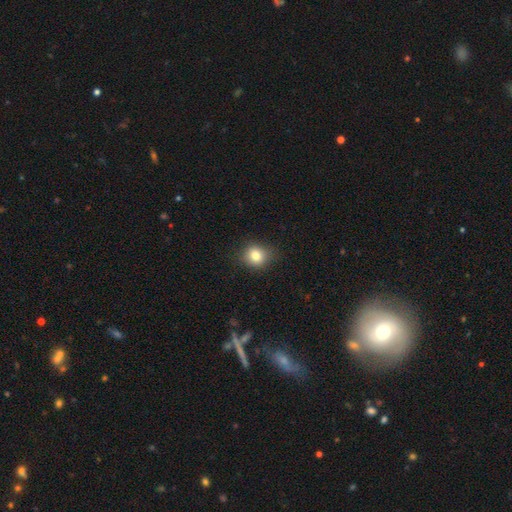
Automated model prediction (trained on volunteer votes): The model was most divided on "how rounded": round: 74%, in between: 25%, cigar-shaped: 1%. More confident: merging — none (84%); smooth or featured — smooth (81%).